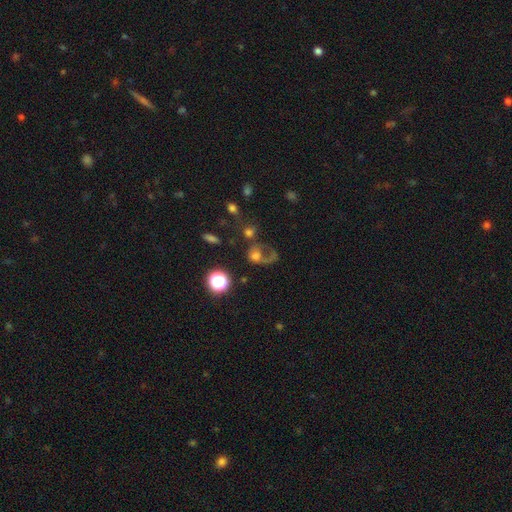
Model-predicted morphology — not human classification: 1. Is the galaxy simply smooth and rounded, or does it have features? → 48% smooth, 34% featured or disk, 17% star or artifact.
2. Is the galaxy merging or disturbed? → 48% major disturbance, 24% none, 16% merger, 12% minor disturbance.